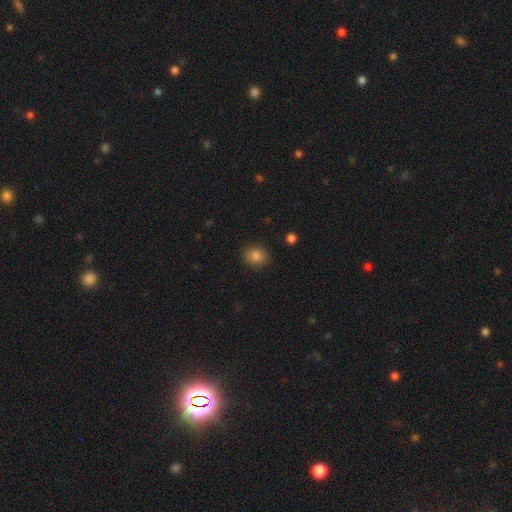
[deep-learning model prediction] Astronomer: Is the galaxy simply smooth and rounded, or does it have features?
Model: smooth — 84%.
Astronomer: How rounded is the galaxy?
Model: round — 67%.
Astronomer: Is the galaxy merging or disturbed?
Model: none — 88%.